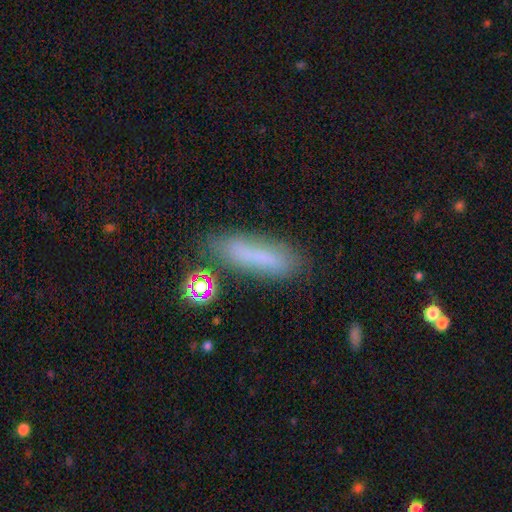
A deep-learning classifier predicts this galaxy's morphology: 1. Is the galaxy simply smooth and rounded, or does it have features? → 68% smooth, 21% featured or disk, 12% star or artifact.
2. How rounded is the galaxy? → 70% cigar-shaped, 27% in between, 2% round.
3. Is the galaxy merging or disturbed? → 71% none, 19% minor disturbance, 6% major disturbance, 5% merger.